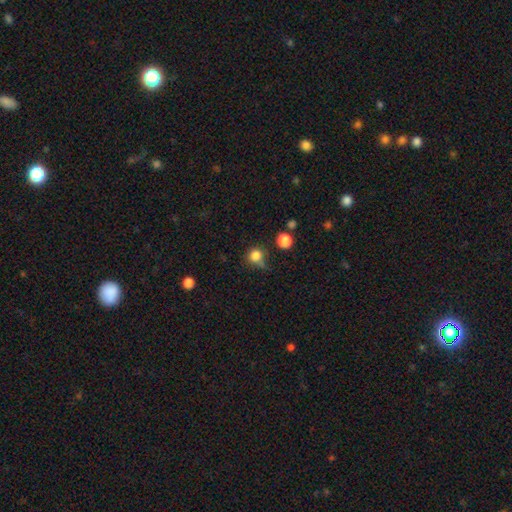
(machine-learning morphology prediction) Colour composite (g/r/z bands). It shows a smooth galaxy with no disk features (82%) that is round (90%). Merging: none (62%).